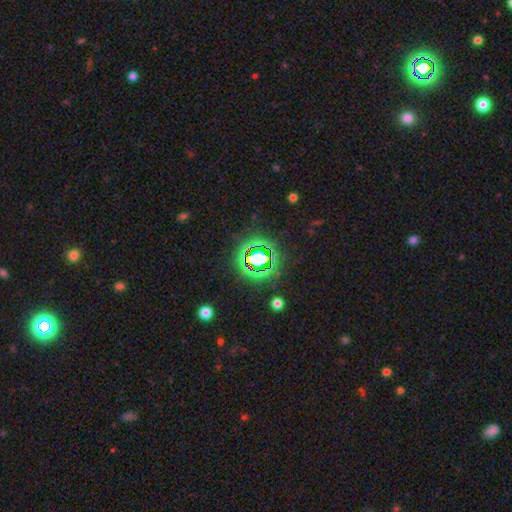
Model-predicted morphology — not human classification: star or artifact 73%, smooth 16%, featured or disk 11%.